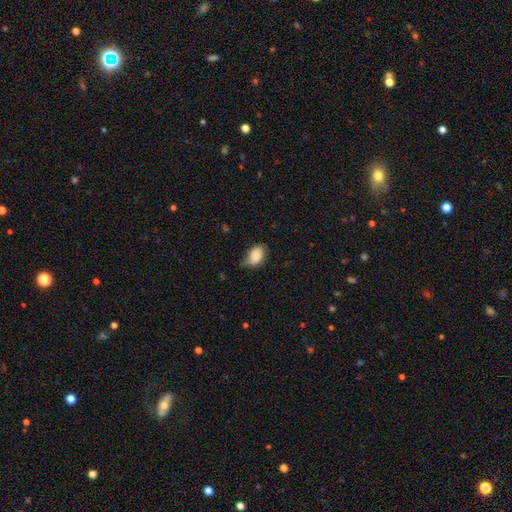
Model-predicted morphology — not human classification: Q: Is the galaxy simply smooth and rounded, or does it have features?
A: smooth — 84%.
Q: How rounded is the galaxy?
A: in between — 86%.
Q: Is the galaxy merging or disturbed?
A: none — 54%.